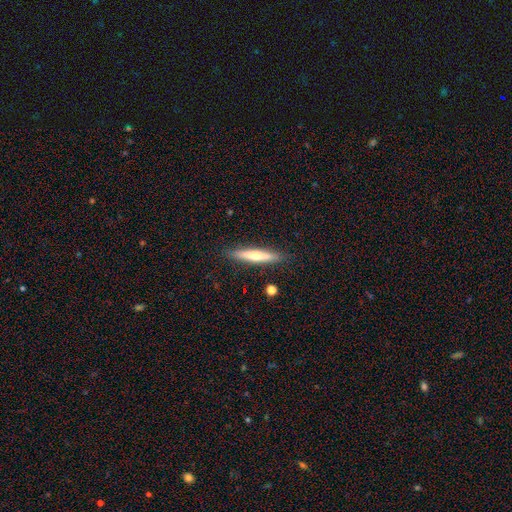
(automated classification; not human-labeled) Q: Smooth or featured?
A: smooth (54%); runner-up: featured or disk (40%)
Q: How rounded?
A: cigar-shaped (92%); runner-up: in between (7%)
Q: Merging?
A: none (89%); runner-up: minor disturbance (8%)